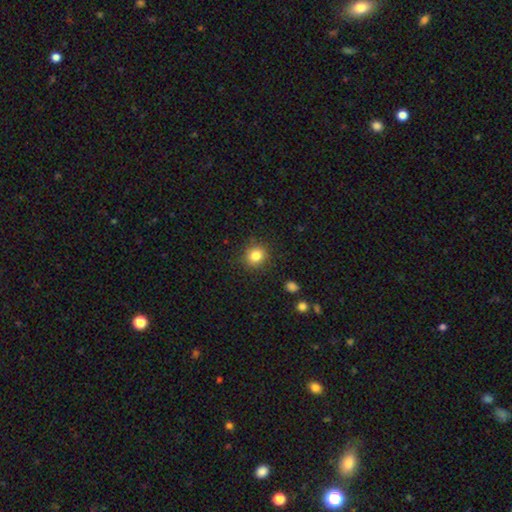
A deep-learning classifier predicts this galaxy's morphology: Q: Smooth or featured?
A: smooth (83%); runner-up: star or artifact (11%)
Q: How rounded?
A: round (85%); runner-up: in between (14%)
Q: Merging?
A: none (87%); runner-up: minor disturbance (9%)